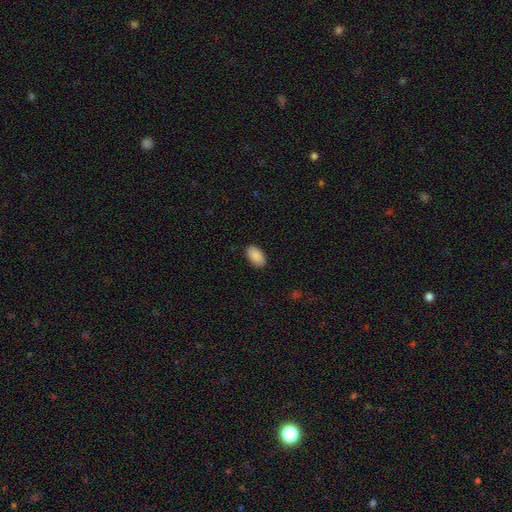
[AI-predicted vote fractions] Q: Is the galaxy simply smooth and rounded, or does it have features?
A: smooth — 90%.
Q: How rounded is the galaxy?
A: in between — 95%.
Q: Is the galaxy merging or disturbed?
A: none — 89%.